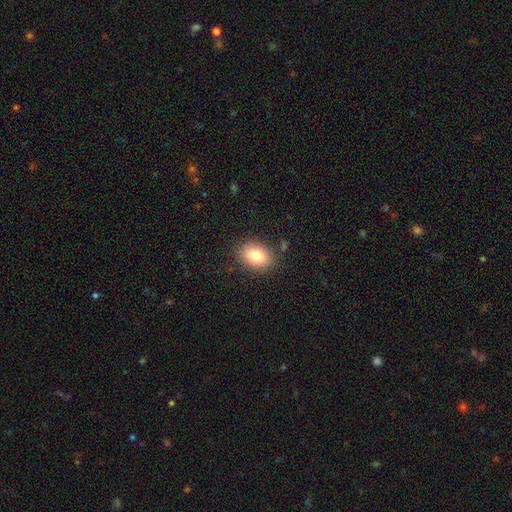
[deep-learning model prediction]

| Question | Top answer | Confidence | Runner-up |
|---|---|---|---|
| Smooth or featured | smooth | 82% | featured or disk (10%) |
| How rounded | in between | 73% | round (26%) |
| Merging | none | 85% | minor disturbance (10%) |